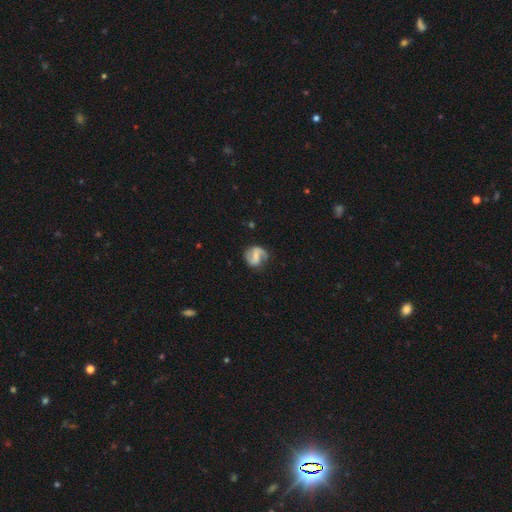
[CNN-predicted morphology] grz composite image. It shows a featured or disk galaxy (75%) with a weak bar (41%), 2 (81%) medium (43%) spiral arms (93%) and no central bulge (45%). Merging: none (73%).